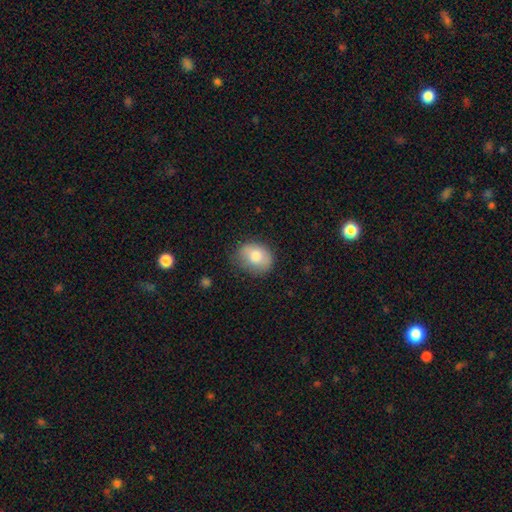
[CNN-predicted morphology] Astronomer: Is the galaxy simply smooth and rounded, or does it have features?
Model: smooth — 78%.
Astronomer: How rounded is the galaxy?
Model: in between — 57% (runner-up: round, 42%).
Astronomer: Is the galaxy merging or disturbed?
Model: none — 69%.